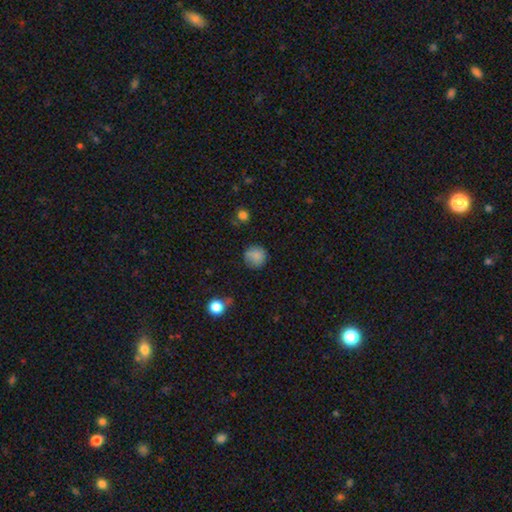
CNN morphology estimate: Overall: smooth (83%). How rounded: round (91%). Merging: none (74%).